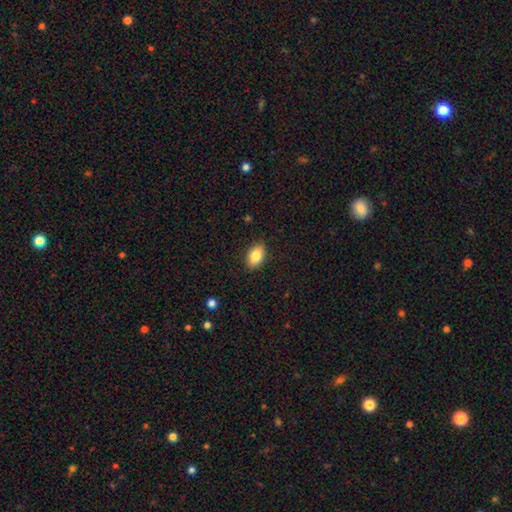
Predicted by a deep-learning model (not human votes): This is clearly a smooth galaxy (83%). How rounded: clearly in between (89%). Merging: clearly none (87%).